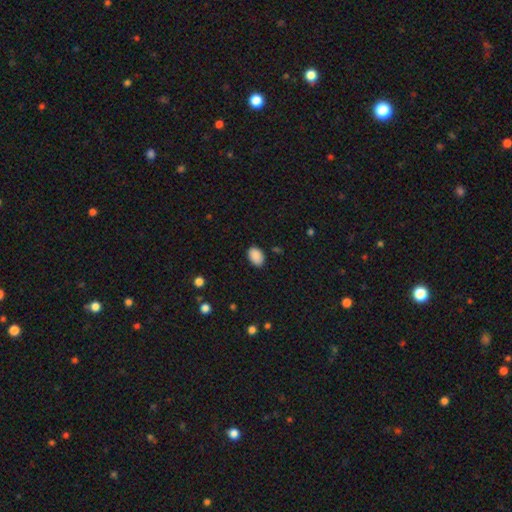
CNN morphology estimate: Overall: smooth (89%). How rounded: in between (86%). Merging: none (86%).